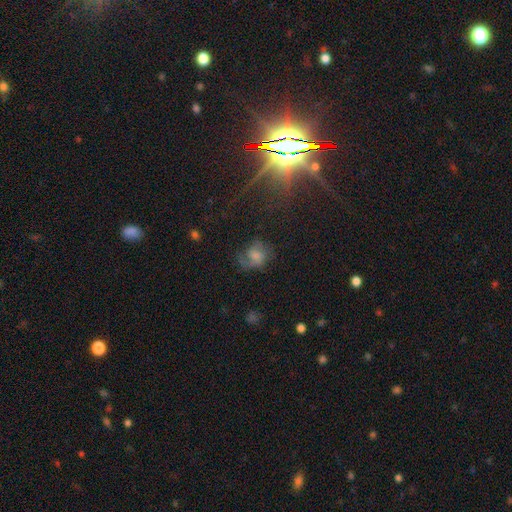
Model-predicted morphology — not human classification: A featured or disk galaxy (44%). Merging: none (47%).